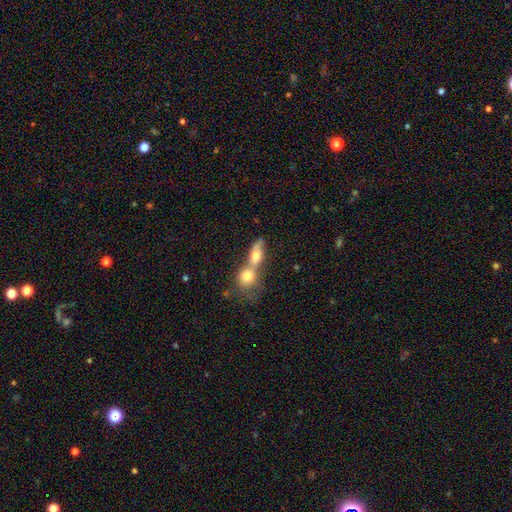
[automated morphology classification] Smooth or featured?
  - smooth: 66% *
  - featured or disk: 25%
  - star or artifact: 9%
How rounded?
  - in between: 58% *
  - round: 30%
  - cigar-shaped: 12%
Merging?
  - merger: 71% *
  - none: 18%
  - minor disturbance: 6%
  - major disturbance: 4%